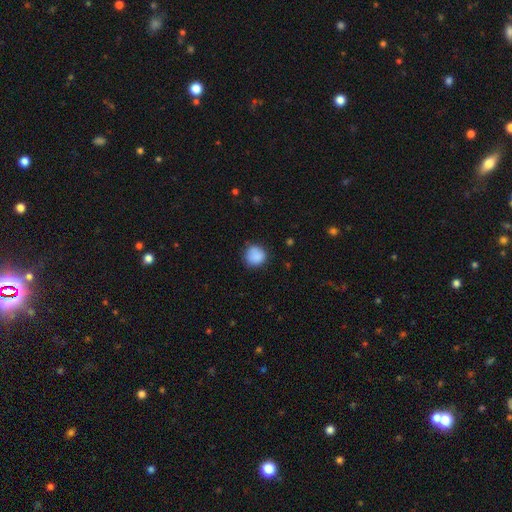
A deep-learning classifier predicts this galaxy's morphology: type=smooth (88%); roundness=round (89%); merging=none (78%).